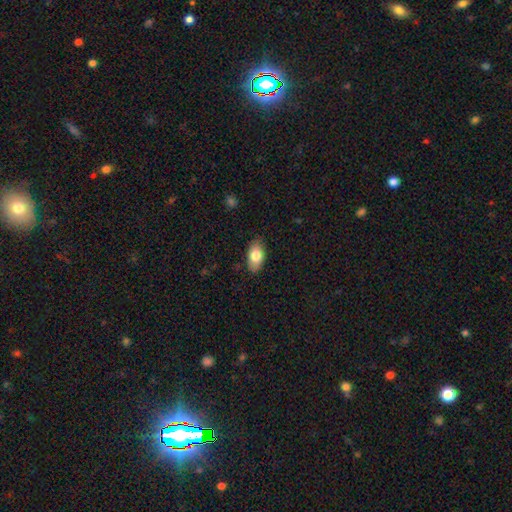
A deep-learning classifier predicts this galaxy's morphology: Overall: smooth (81%). How rounded: in between (93%). Merging: none (84%).